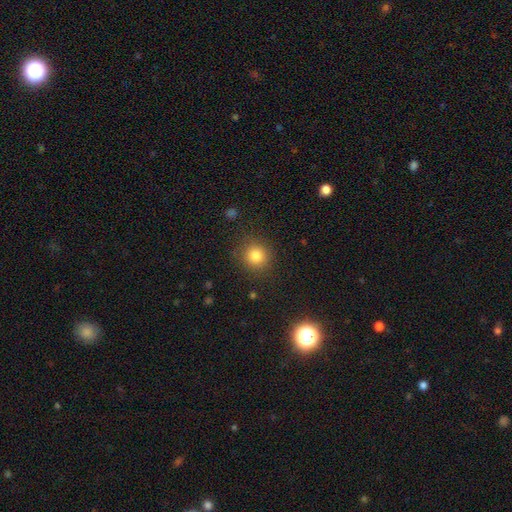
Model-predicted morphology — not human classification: This appears to be a smooth galaxy with no disk features (82%) that is round (91%). Merging: none (87%).